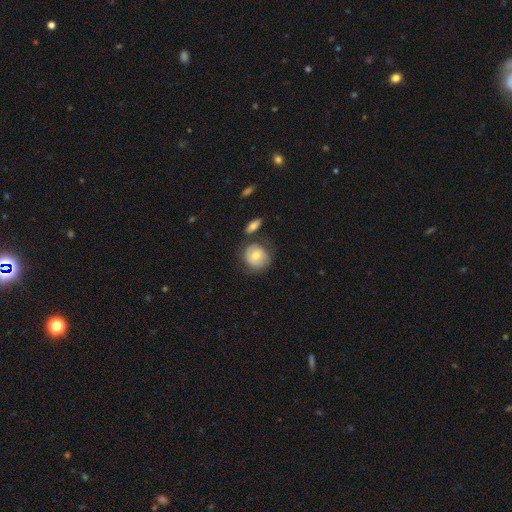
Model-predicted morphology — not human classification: Smooth or featured? smooth (61%)
How rounded? round (80%)
Merging? none (64%)